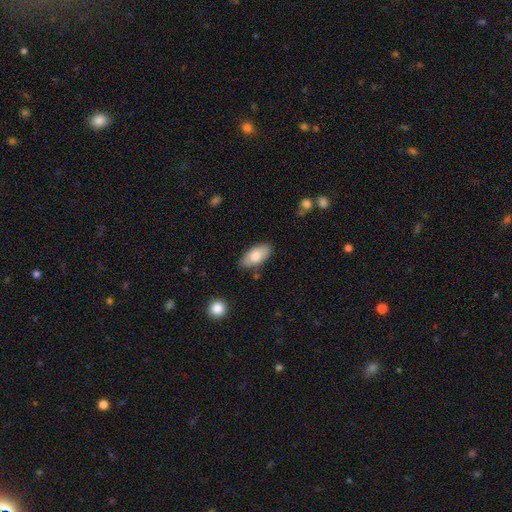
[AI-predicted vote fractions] smooth 80%, featured or disk 14%, star or artifact 6%. Down the decision tree: how rounded — in between (92%); merging — none (83%).